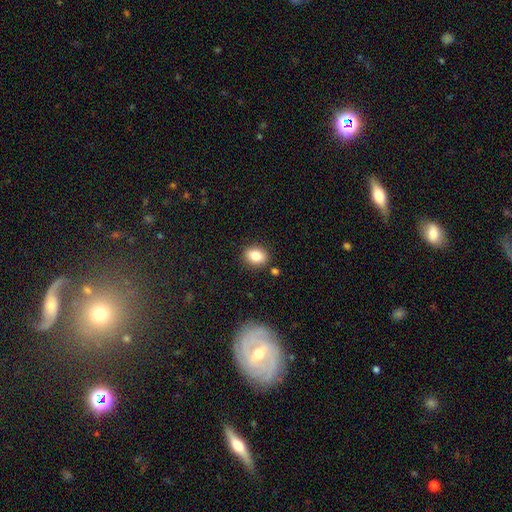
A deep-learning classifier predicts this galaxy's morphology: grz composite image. It shows a smooth galaxy with no disk features (83%) that is in between round and cigar-shaped (57%). Merging: none (84%).